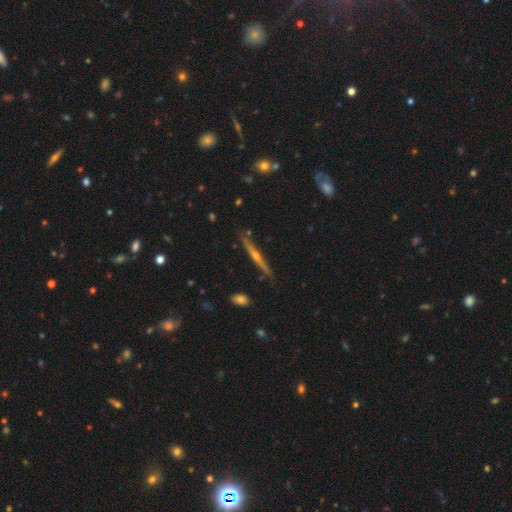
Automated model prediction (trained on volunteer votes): Overall: featured or disk (76%). Edge-on disk: yes (98%). Edge-on bulge: rounded (86%). Merging: none (86%).